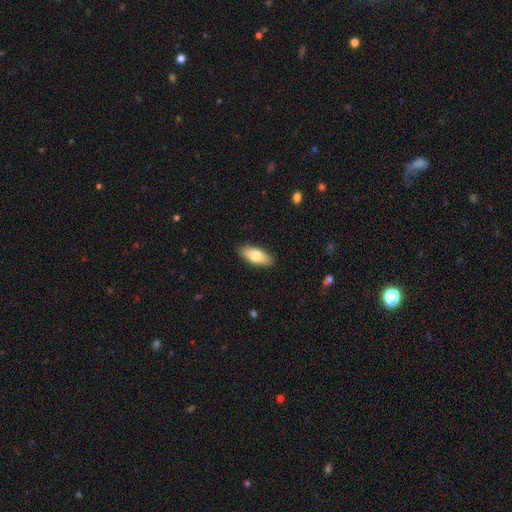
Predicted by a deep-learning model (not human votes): Smooth or featured? Predicted: smooth (p=0.74). How rounded? Predicted: in between (p=0.81). Merging? Predicted: none (p=0.89).